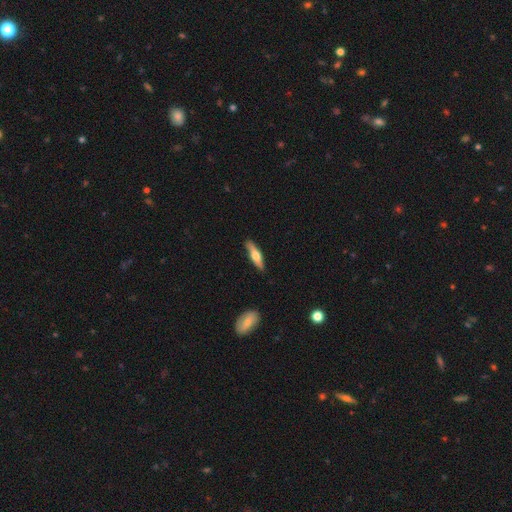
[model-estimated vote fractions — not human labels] Smooth or featured: featured or disk — 48% (smooth — 47%)
Merging: none — 86% (minor disturbance — 10%)